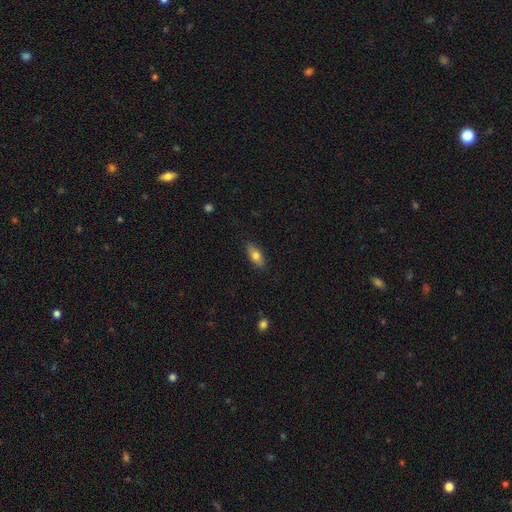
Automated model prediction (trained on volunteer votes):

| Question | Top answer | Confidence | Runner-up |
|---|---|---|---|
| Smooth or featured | smooth | 73% | featured or disk (20%) |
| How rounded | in between | 81% | cigar-shaped (15%) |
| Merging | none | 87% | minor disturbance (10%) |